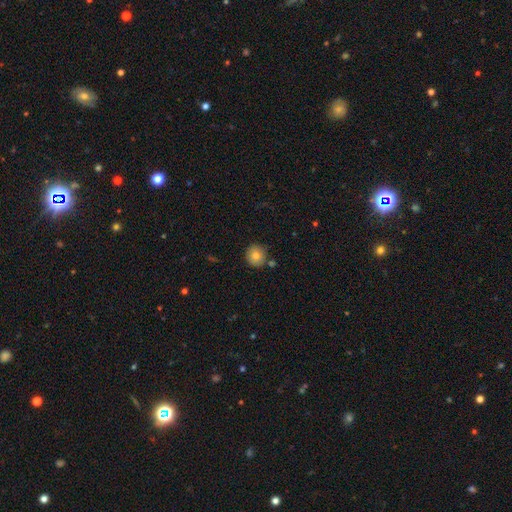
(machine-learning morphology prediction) Smooth or featured: smooth — 79% (featured or disk — 11%)
How rounded: round — 93% (in between — 6%)
Merging: none — 83% (minor disturbance — 9%)